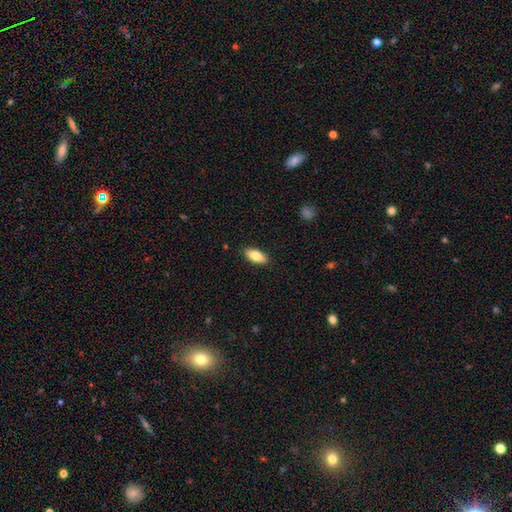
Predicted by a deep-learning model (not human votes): Morphology: type=smooth (81%); roundness=in between (86%); merging=none (89%).